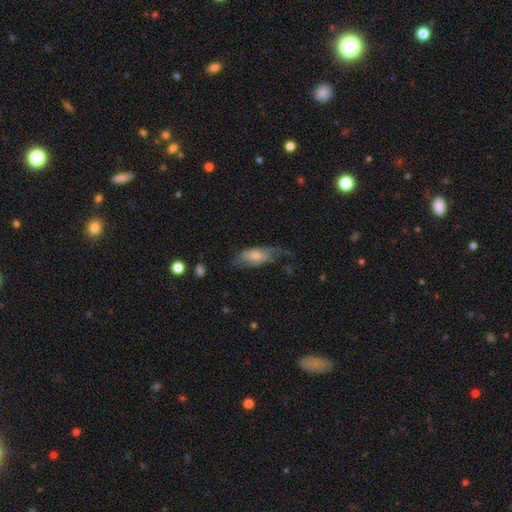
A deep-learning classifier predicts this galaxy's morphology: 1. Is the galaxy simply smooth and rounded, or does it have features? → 57% smooth, 36% featured or disk, 6% star or artifact.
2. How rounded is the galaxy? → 82% in between, 15% cigar-shaped, 3% round.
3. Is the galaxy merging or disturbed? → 40% none, 33% minor disturbance, 25% major disturbance, 2% merger.